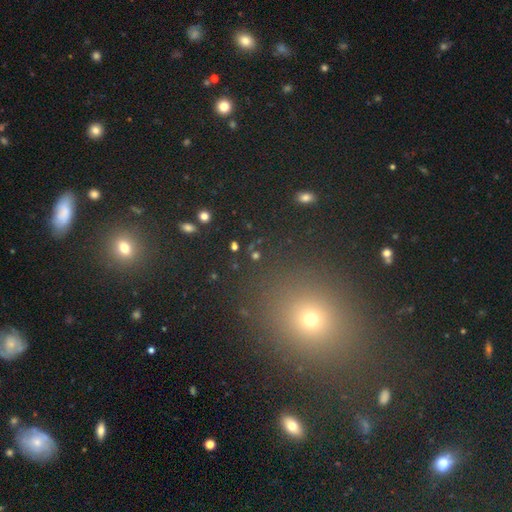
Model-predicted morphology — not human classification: star or artifact 50%, smooth 41%, featured or disk 9%.